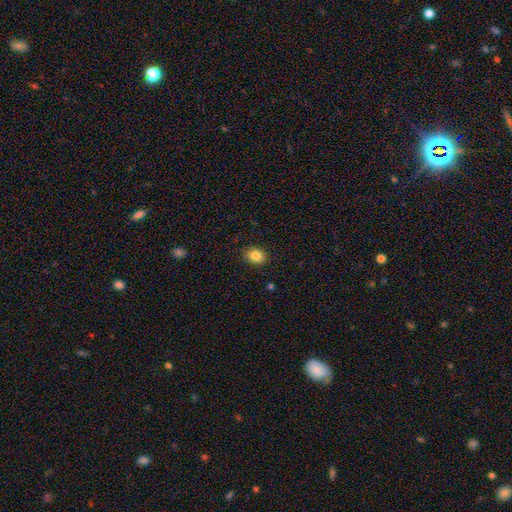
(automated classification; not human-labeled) The model was most divided on "how rounded": round: 55%, in between: 44%, cigar-shaped: 1%. More confident: merging — none (89%); smooth or featured — smooth (85%).